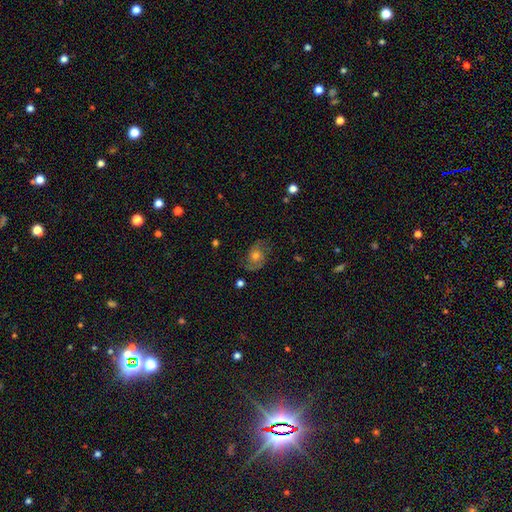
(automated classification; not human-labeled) Smooth or featured? featured or disk (62%)
Edge-on disk? no (96%)
Bar? no (78%)
Spiral arms? yes (87%)
Spiral winding? medium (46%)
Spiral arm count? 2 (83%)
Bulge size? moderate (62%)
Merging? none (71%)